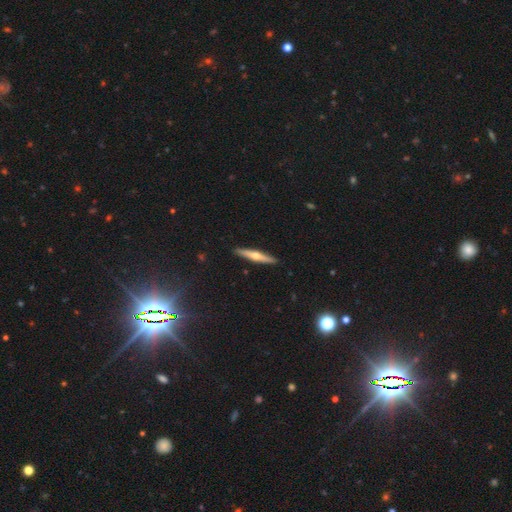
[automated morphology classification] A featured or disk galaxy (58%) viewed edge-on (96%) with a rounded central bulge (89%). Merging: none (91%).